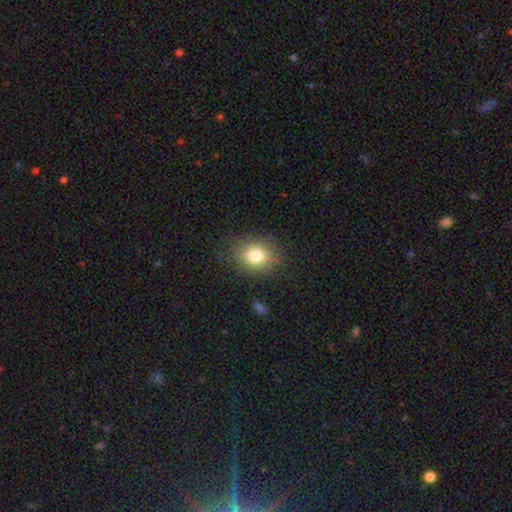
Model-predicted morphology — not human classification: Smooth or featured: smooth — 77% (star or artifact — 12%)
How rounded: round — 63% (in between — 36%)
Merging: none — 82% (minor disturbance — 12%)